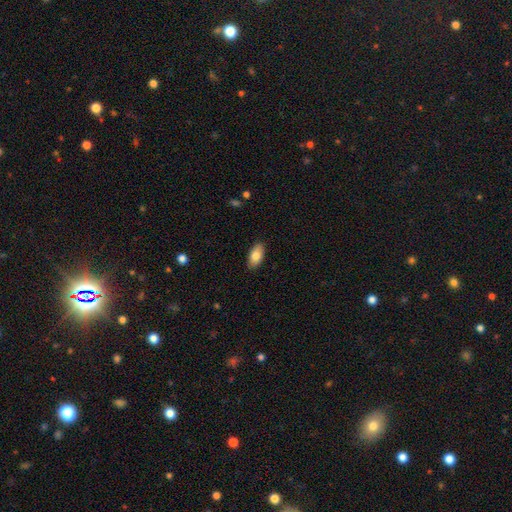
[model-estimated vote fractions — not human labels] This is clearly a smooth galaxy (82%). How rounded: clearly in between (92%). Merging: clearly none (88%).